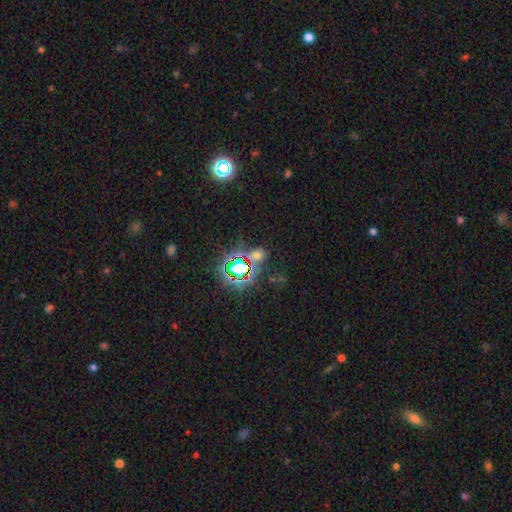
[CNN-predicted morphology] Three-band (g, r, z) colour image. It shows a star or artifact, not a galaxy (72%).